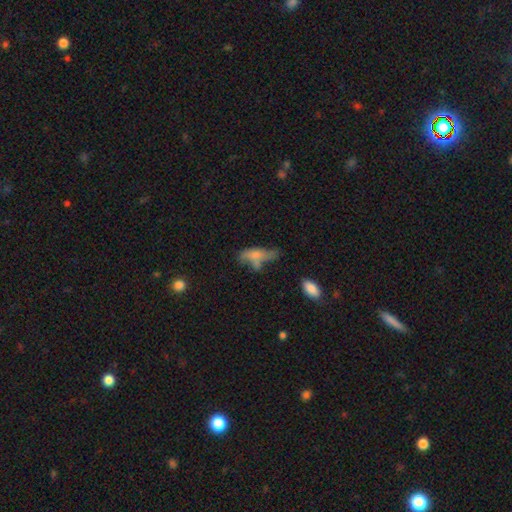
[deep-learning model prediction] Smooth or featured?
  - smooth: 60% *
  - featured or disk: 29%
  - star or artifact: 11%
How rounded?
  - in between: 61% *
  - cigar-shaped: 35%
  - round: 4%
Merging?
  - none: 33% *
  - minor disturbance: 25%
  - major disturbance: 23%
  - merger: 19%